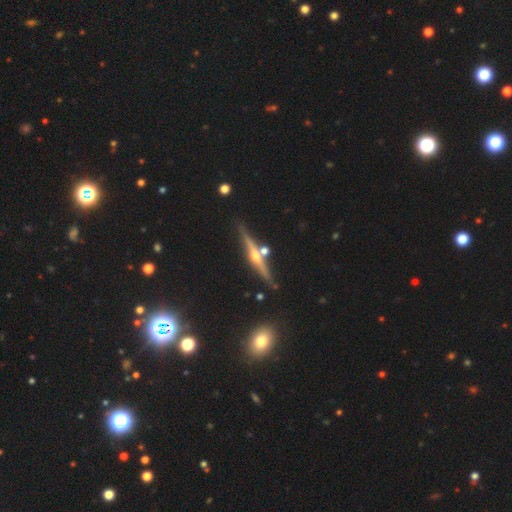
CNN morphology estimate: Smooth or featured?
  - featured or disk: 78% *
  - smooth: 14%
  - star or artifact: 8%
Edge-on disk?
  - yes: 97% *
  - no: 3%
Edge-on bulge?
  - rounded: 91% *
  - none: 5%
  - boxy: 3%
Merging?
  - none: 81% *
  - merger: 9%
  - minor disturbance: 8%
  - major disturbance: 2%